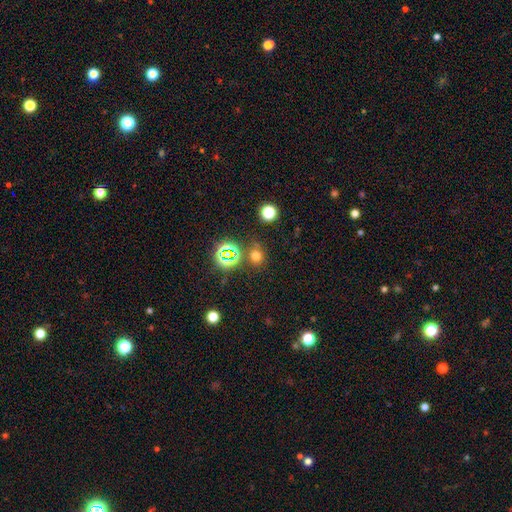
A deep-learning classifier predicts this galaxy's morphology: This appears to be a smooth galaxy with no disk features (63%) that is round (82%). Merging: none (75%).